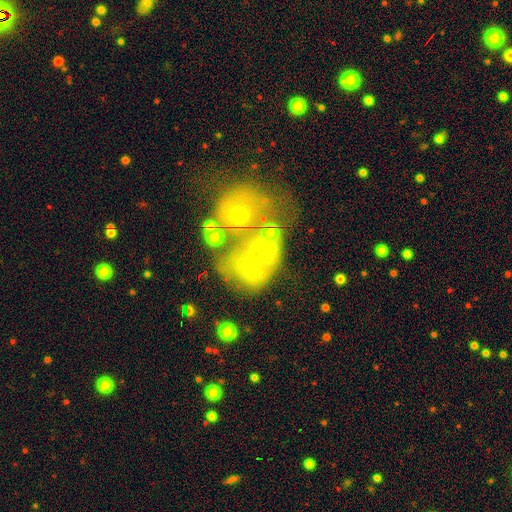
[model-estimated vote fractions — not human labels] A featured or disk galaxy (54%) with no bar (75%), no spiral arms (64%) and a small central bulge (58%).

Vote fractions:
- Smooth or featured? featured or disk: 54% / smooth: 28% / star or artifact: 18%
- Edge-on disk? no: 97% / yes: 3%
- Bar? no: 75% / weak: 18% / strong: 7%
- Spiral arms? no: 64% / yes: 36%
- Bulge size? small: 58% / none: 21% / moderate: 17% / large: 2% / dominant: 2%
- Merging? merger: 42% / none: 22% / major disturbance: 21% / minor disturbance: 15%